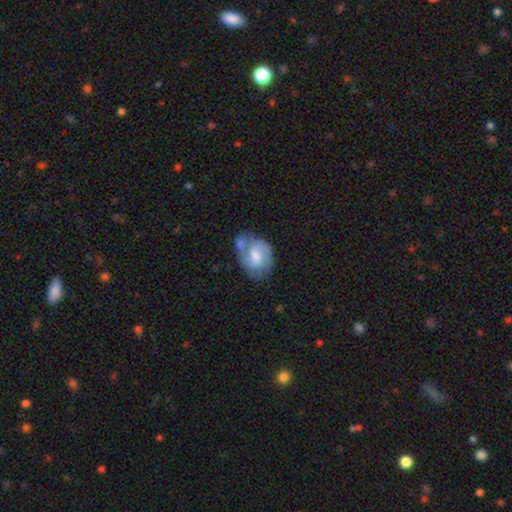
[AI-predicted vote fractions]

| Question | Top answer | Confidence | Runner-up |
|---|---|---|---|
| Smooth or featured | featured or disk | 60% | smooth (34%) |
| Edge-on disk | no | 97% | yes (3%) |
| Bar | weak | 48% | no (42%) |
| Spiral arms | yes | 85% | no (15%) |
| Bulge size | moderate | 53% | small (30%) |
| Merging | none | 40% | merger (32%) |